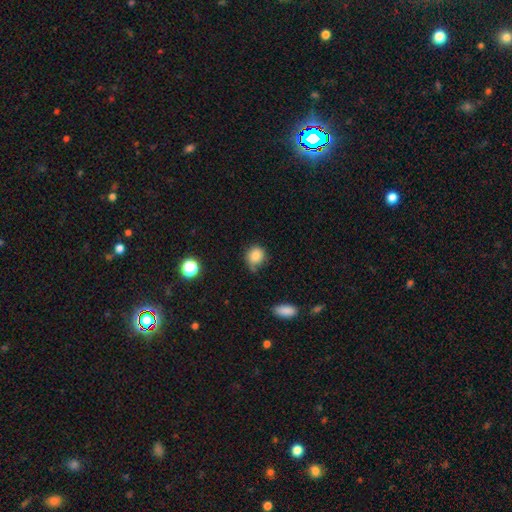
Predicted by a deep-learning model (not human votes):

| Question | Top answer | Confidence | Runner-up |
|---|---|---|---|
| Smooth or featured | smooth | 83% | star or artifact (10%) |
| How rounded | round | 79% | in between (20%) |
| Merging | none | 56% | minor disturbance (31%) |